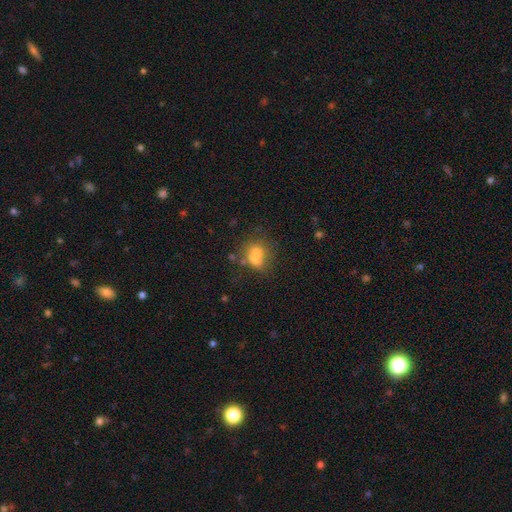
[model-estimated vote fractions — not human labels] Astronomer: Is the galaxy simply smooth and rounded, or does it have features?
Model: smooth — 61%.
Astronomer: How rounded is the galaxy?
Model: round — 68%.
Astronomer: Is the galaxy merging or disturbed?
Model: merger — 55%.